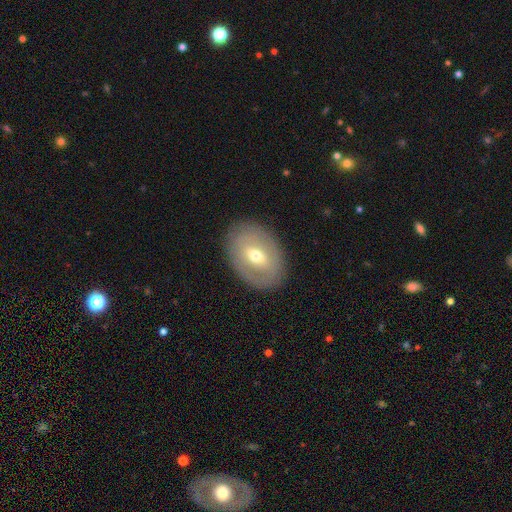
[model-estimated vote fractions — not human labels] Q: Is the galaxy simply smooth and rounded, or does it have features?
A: featured or disk — 49%.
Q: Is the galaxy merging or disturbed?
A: none — 84%.